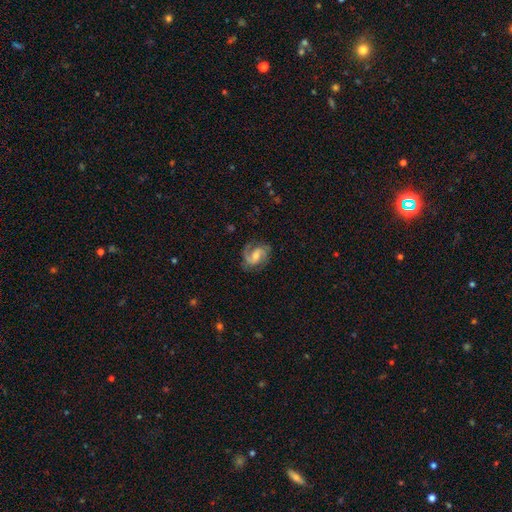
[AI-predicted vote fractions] Smooth or featured? featured or disk (88%)
Edge-on disk? no (98%)
Bar? weak (49%)
Spiral arms? yes (98%)
Spiral winding? medium (56%)
Spiral arm count? 2 (88%)
Bulge size? moderate (54%)
Merging? none (76%)